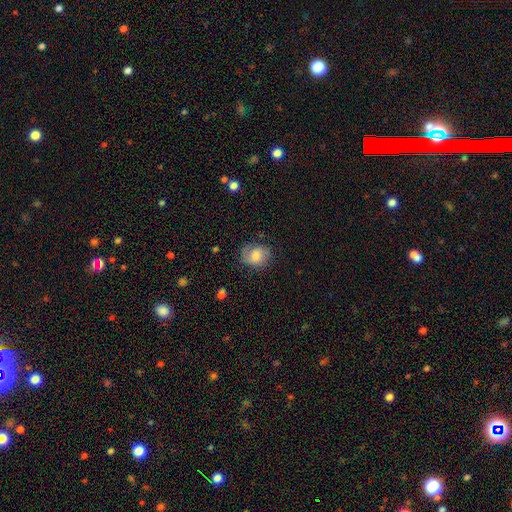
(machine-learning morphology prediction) Smooth or featured? Predicted: smooth (p=0.60). How rounded? Predicted: round (p=0.56). Merging? Predicted: none (p=0.67).